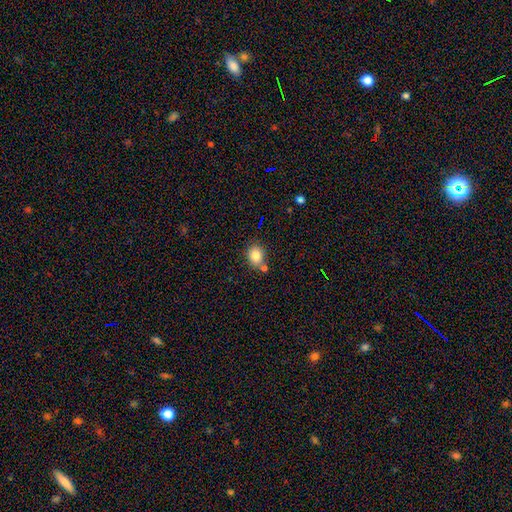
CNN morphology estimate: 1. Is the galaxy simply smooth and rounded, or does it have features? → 83% smooth, 10% star or artifact, 7% featured or disk.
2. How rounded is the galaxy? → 59% round, 40% in between, 1% cigar-shaped.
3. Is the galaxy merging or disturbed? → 68% none, 16% merger, 13% minor disturbance, 3% major disturbance.